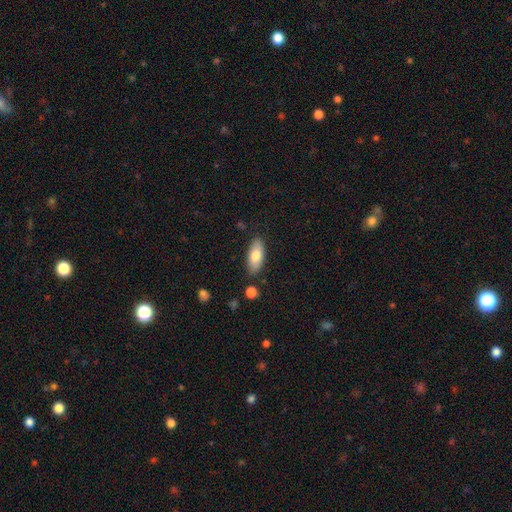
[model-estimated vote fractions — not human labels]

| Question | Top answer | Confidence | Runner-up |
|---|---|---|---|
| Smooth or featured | smooth | 77% | featured or disk (17%) |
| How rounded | in between | 83% | cigar-shaped (14%) |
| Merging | none | 82% | minor disturbance (12%) |